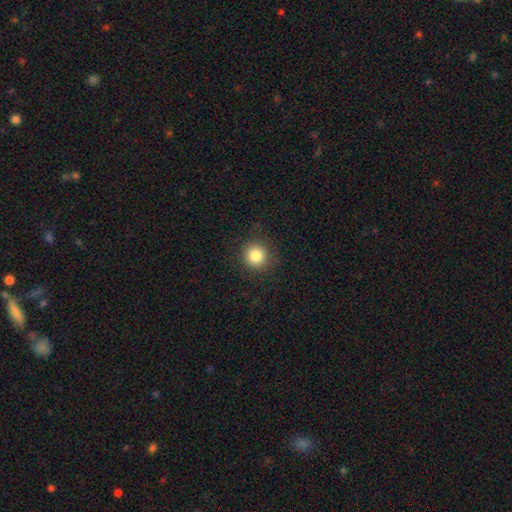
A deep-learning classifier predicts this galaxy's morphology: Smooth or featured?
  - smooth: 84% *
  - star or artifact: 11%
  - featured or disk: 5%
How rounded?
  - round: 93% *
  - in between: 6%
  - cigar-shaped: 1%
Merging?
  - none: 90% *
  - minor disturbance: 7%
  - major disturbance: 2%
  - merger: 1%